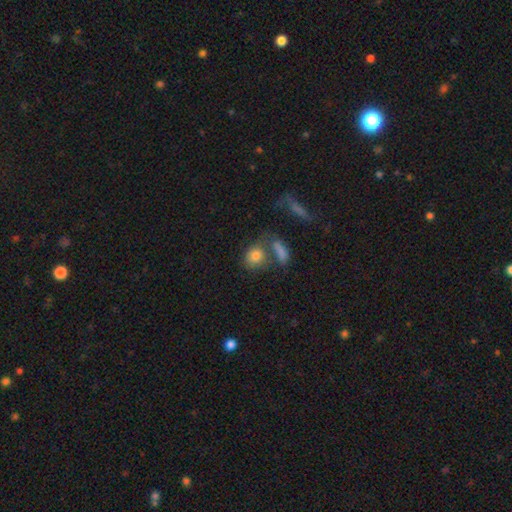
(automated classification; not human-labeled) Smooth or featured?
  - smooth: 77% *
  - featured or disk: 12%
  - star or artifact: 10%
How rounded?
  - round: 54% *
  - in between: 43%
  - cigar-shaped: 4%
Merging?
  - none: 44% *
  - merger: 34%
  - minor disturbance: 14%
  - major disturbance: 9%